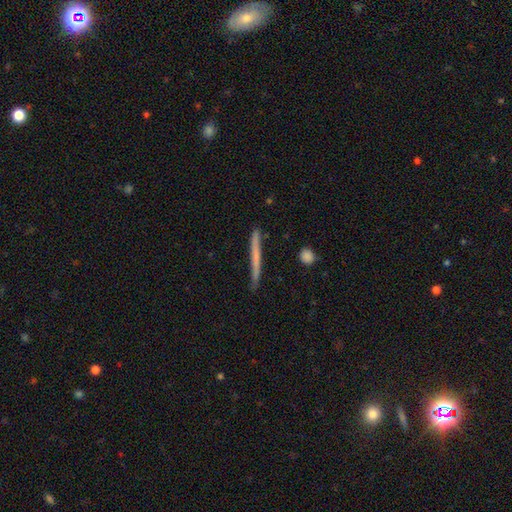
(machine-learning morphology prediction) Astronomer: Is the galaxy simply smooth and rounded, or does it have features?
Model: smooth — 54% (runner-up: featured or disk, 40%).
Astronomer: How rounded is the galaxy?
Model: cigar-shaped — 97%.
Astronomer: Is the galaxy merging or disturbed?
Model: none — 85%.